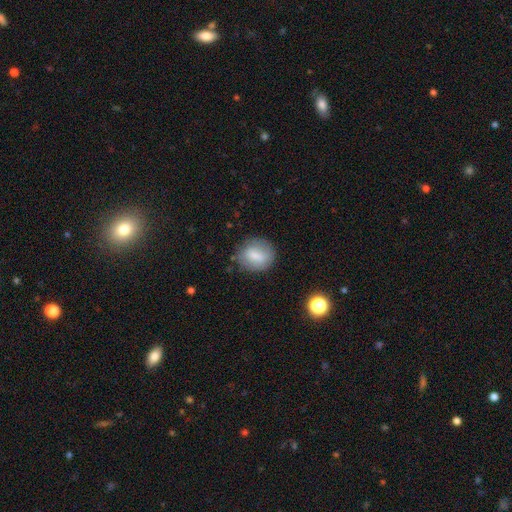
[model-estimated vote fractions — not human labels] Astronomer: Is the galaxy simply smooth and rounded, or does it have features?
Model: smooth — 73%.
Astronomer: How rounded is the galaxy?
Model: round — 61% (runner-up: in between, 37%).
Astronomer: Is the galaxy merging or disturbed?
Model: none — 74%.